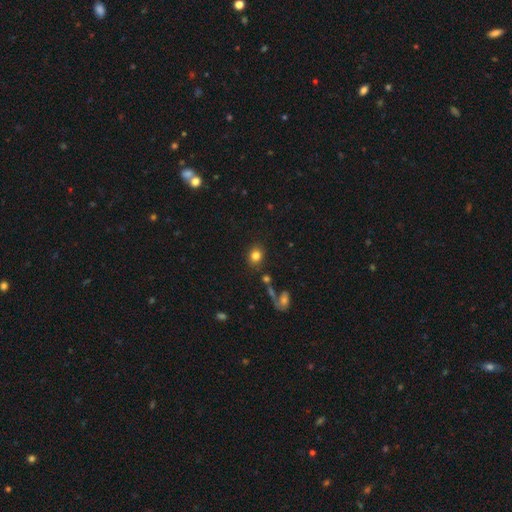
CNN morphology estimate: The model was most divided on "how rounded": round: 65%, in between: 34%, cigar-shaped: 1%. More confident: merging — none (83%); smooth or featured — smooth (82%).